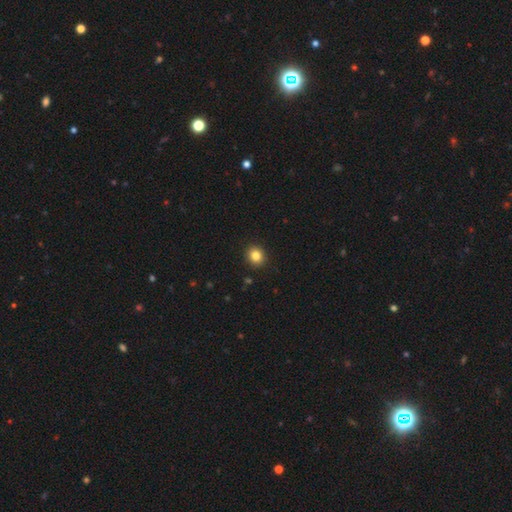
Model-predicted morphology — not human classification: The model was most divided on "how rounded": round: 80%, in between: 19%, cigar-shaped: 1%. More confident: merging — none (92%); smooth or featured — smooth (83%).